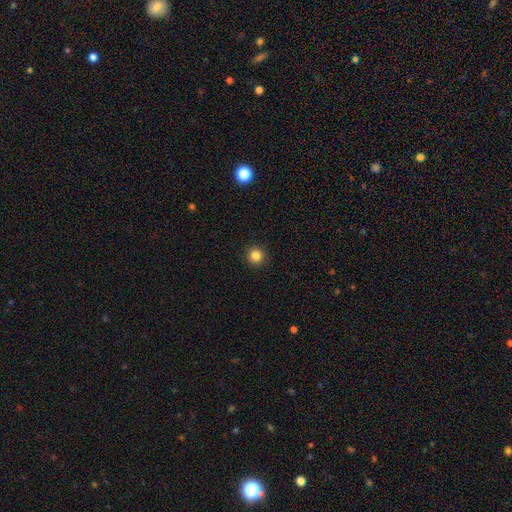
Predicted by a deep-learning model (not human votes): A smooth galaxy with no disk features (84%) that is round (96%).

Vote fractions:
- Smooth or featured? smooth: 84% / star or artifact: 11% / featured or disk: 4%
- How rounded? round: 96% / in between: 3% / cigar-shaped: 1%
- Merging? none: 93% / minor disturbance: 4% / major disturbance: 2% / merger: 1%